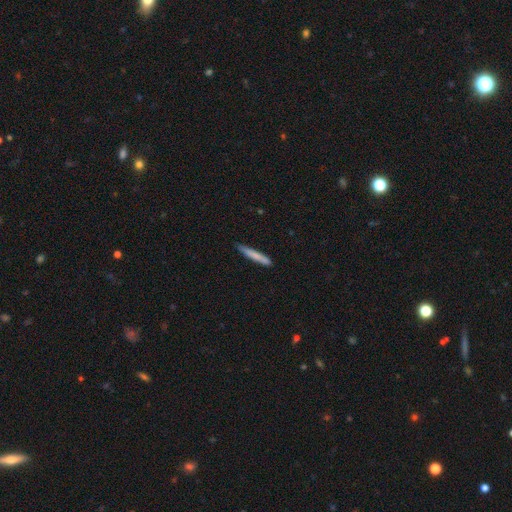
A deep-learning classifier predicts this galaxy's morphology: smooth-or-featured: smooth: 75% | featured or disk: 19% | star or artifact: 6%
  how-rounded: cigar-shaped: 95% | in between: 3% | round: 1%
  merging: none: 83% | minor disturbance: 14% | major disturbance: 2% | merger: 2%